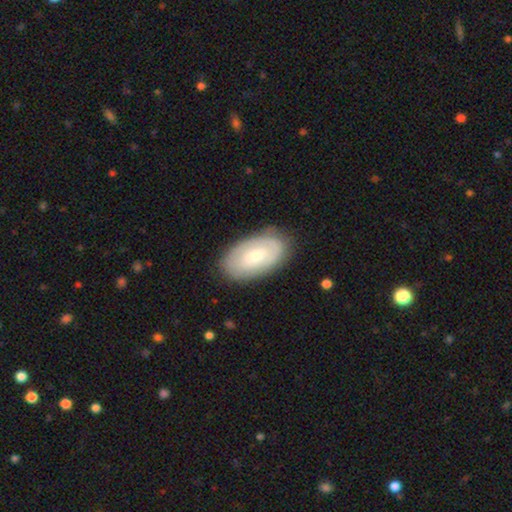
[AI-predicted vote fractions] featured or disk 48%, smooth 47%, star or artifact 6%. Down the decision tree: merging — none (81%).